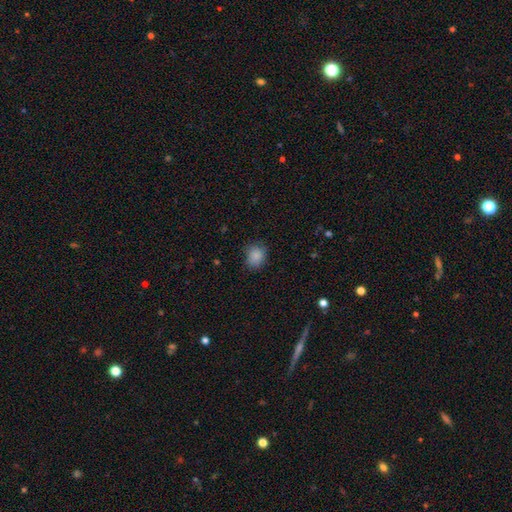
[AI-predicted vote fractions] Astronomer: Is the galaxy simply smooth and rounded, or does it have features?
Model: smooth — 87%.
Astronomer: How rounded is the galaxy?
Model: round — 60% (runner-up: in between, 39%).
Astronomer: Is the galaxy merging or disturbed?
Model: none — 77%.